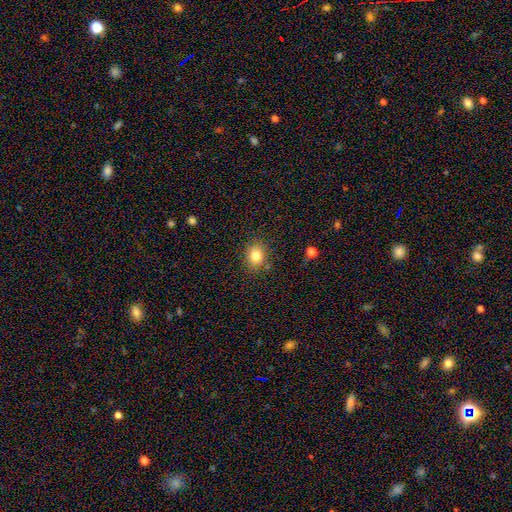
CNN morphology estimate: A smooth galaxy with no disk features (81%) that is round (56%).

Vote fractions:
- Smooth or featured? smooth: 81% / star or artifact: 11% / featured or disk: 7%
- How rounded? round: 56% / in between: 43% / cigar-shaped: 1%
- Merging? none: 83% / minor disturbance: 11% / major disturbance: 3% / merger: 3%